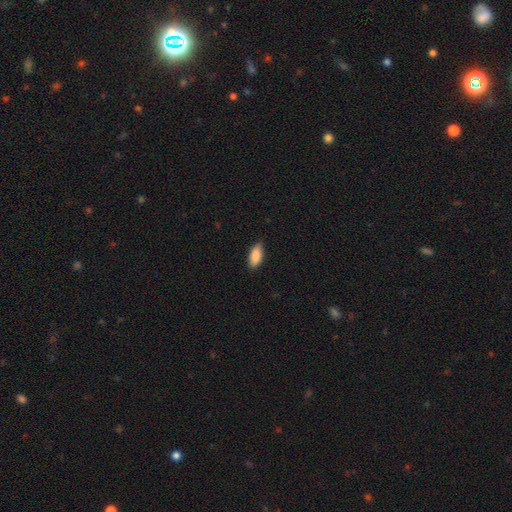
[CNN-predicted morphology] type=smooth (88%); roundness=in between (88%); merging=none (83%).